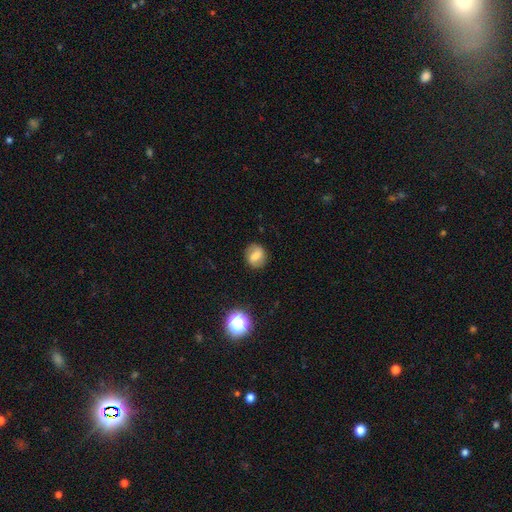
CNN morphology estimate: A smooth galaxy with no disk features (59%) that is round (65%).

Vote fractions:
- Smooth or featured? smooth: 59% / featured or disk: 29% / star or artifact: 12%
- How rounded? round: 65% / in between: 34% / cigar-shaped: 2%
- Merging? none: 83% / minor disturbance: 12% / major disturbance: 4% / merger: 1%